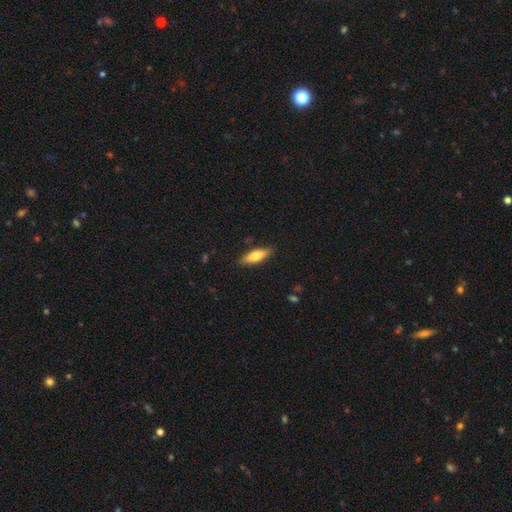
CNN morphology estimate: smooth-or-featured: smooth: 72% | featured or disk: 22% | star or artifact: 6%
  how-rounded: in between: 53% | cigar-shaped: 44% | round: 2%
  merging: none: 86% | minor disturbance: 10% | major disturbance: 2% | merger: 1%